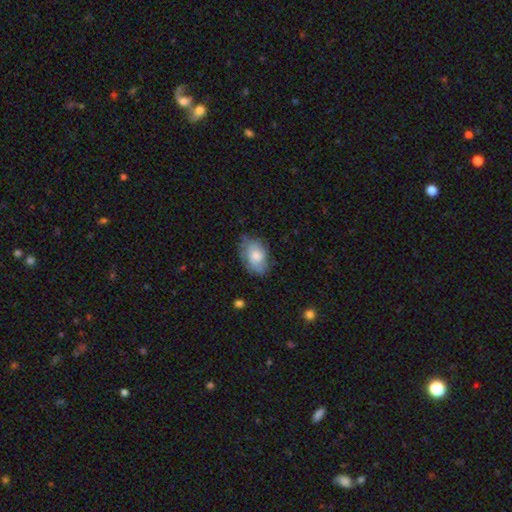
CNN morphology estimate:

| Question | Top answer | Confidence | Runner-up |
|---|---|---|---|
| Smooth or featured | smooth | 63% | featured or disk (30%) |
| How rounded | in between | 83% | round (15%) |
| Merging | none | 65% | minor disturbance (25%) |